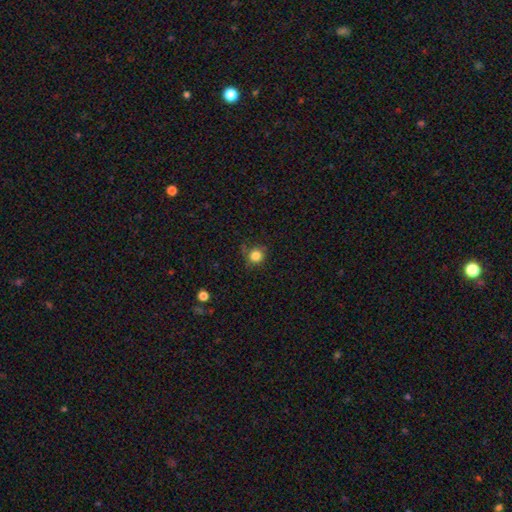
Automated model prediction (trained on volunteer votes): A smooth galaxy with no disk features (83%) that is round (92%). Merging: none (75%).